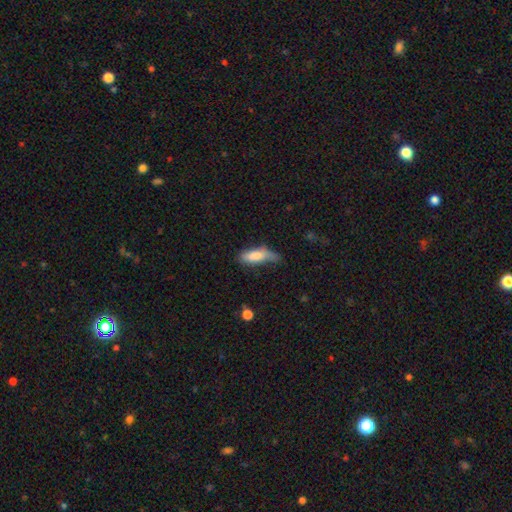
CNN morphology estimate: Q: Smooth or featured?
A: smooth (79%); runner-up: featured or disk (14%)
Q: How rounded?
A: in between (63%); runner-up: cigar-shaped (35%)
Q: Merging?
A: minor disturbance (41%); runner-up: none (36%)